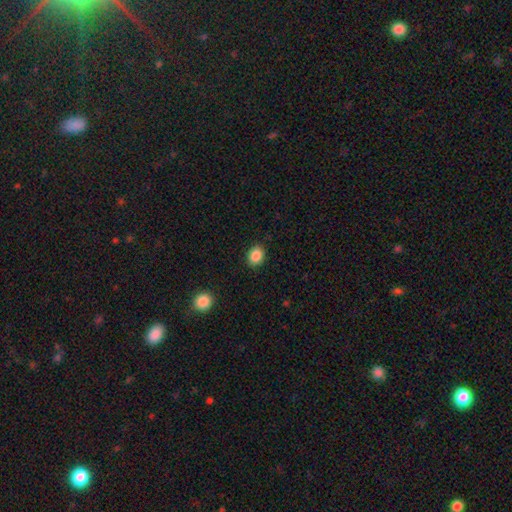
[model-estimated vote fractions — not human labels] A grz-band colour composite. It shows a smooth galaxy with no disk features (87%) that is in between round and cigar-shaped (52%). Merging: none (89%).